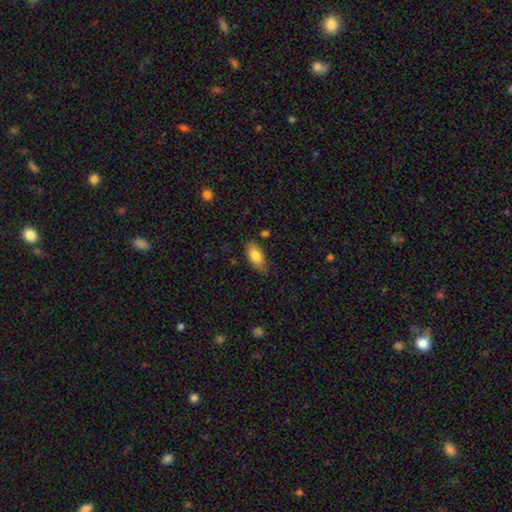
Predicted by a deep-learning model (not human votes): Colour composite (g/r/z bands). It shows a smooth galaxy with no disk features (80%) that is in between round and cigar-shaped (86%). Merging: none (79%).